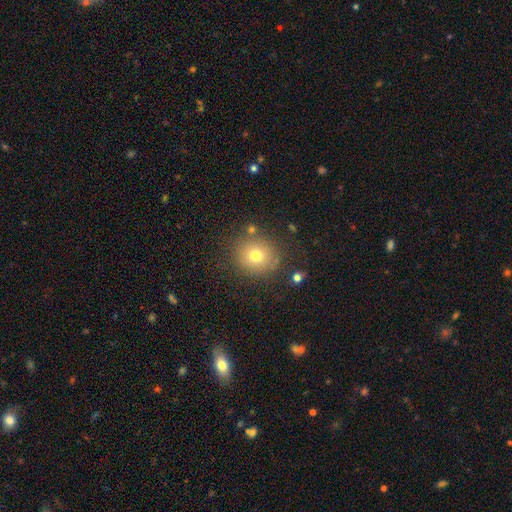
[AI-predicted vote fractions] Smooth or featured?
  - smooth: 71% *
  - star or artifact: 15%
  - featured or disk: 14%
How rounded?
  - round: 86% *
  - in between: 13%
  - cigar-shaped: 1%
Merging?
  - none: 81% *
  - minor disturbance: 11%
  - major disturbance: 4%
  - merger: 4%